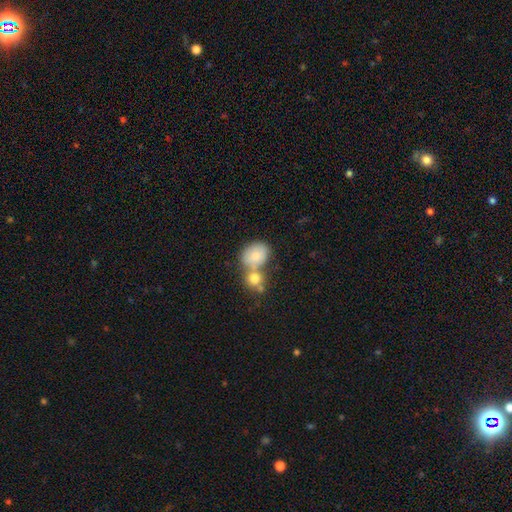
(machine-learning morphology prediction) This is likely a smooth galaxy (76%). How rounded: possibly round (55%). Merging: possibly merger (51%).